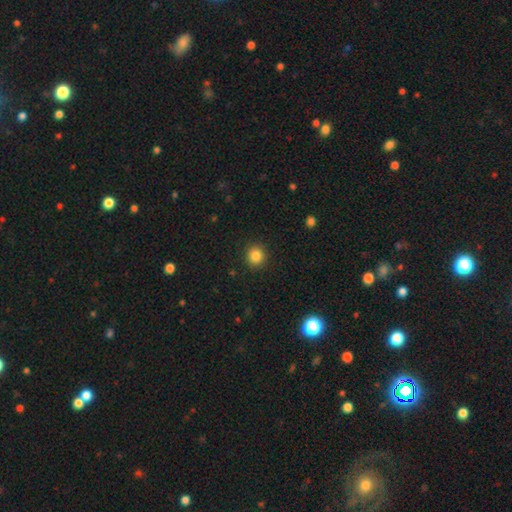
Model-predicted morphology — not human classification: This appears to be a smooth galaxy with no disk features (85%) that is round (91%). Merging: none (91%).